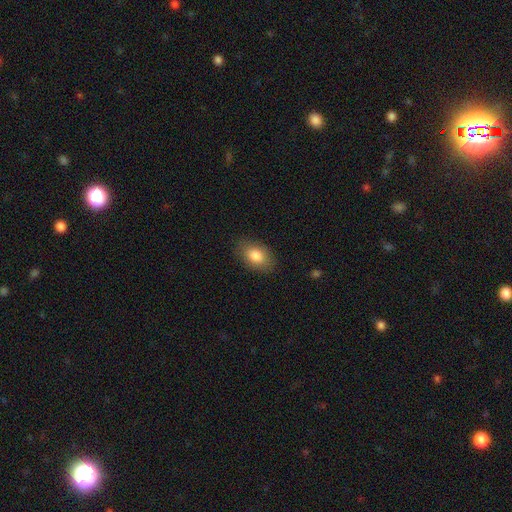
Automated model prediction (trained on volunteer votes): Overall: smooth (83%). How rounded: in between (88%). Merging: none (84%).